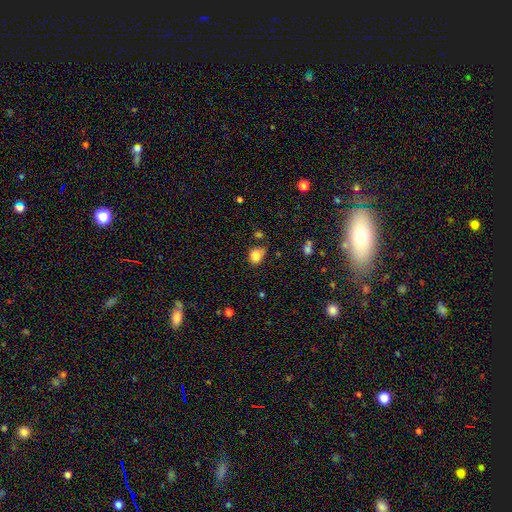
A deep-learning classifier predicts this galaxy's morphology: Smooth or featured?
  - smooth: 83% *
  - star or artifact: 11%
  - featured or disk: 6%
How rounded?
  - round: 63% *
  - in between: 36%
  - cigar-shaped: 1%
Merging?
  - none: 62% *
  - minor disturbance: 24%
  - merger: 9%
  - major disturbance: 6%